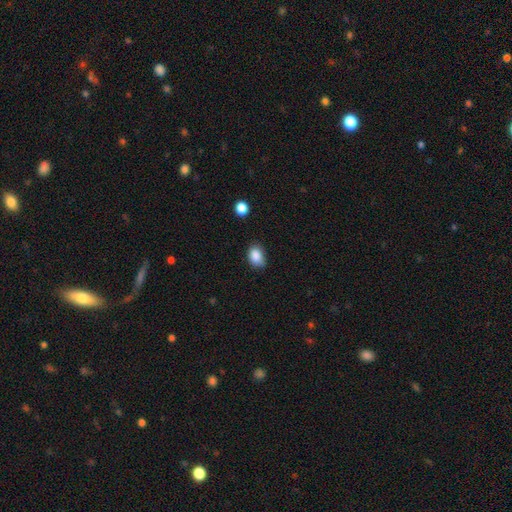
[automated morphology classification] type=smooth (87%); roundness=in between (71%); merging=none (68%).